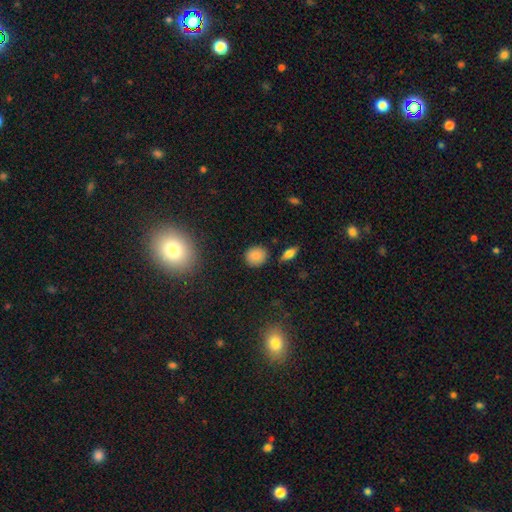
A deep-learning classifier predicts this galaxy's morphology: Smooth or featured? smooth (83%)
How rounded? round (83%)
Merging? none (86%)